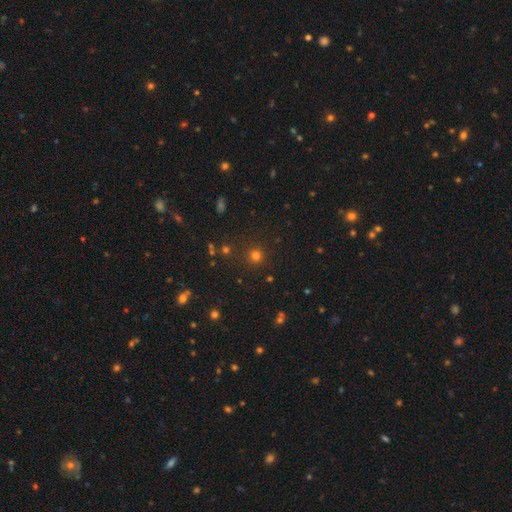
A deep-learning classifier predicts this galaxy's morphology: A smooth galaxy with no disk features (74%) that is round (94%). Merging: none (88%).